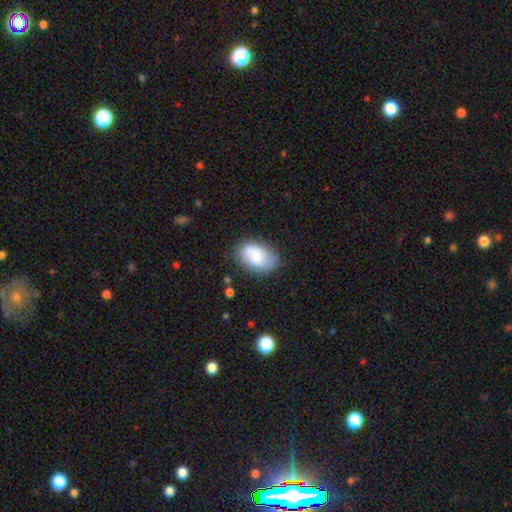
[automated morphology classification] type=smooth (71%); roundness=in between (87%); merging=none (73%).